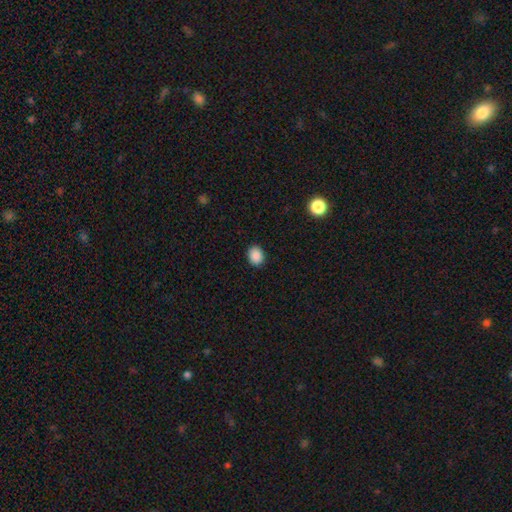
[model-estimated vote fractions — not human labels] This appears to be a smooth galaxy with no disk features (89%) that is in between round and cigar-shaped (50%). Merging: none (89%).